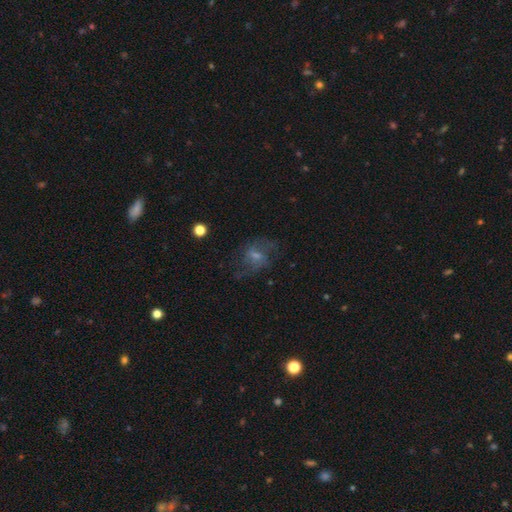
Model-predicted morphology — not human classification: This is possibly a featured or disk galaxy (58%). It is clearly not viewed edge-on (96%). Bar: possibly no (49%). Spiral arm pattern: likely yes (79%). Central bulge: possibly small (50%). Merging: likely none (63%).